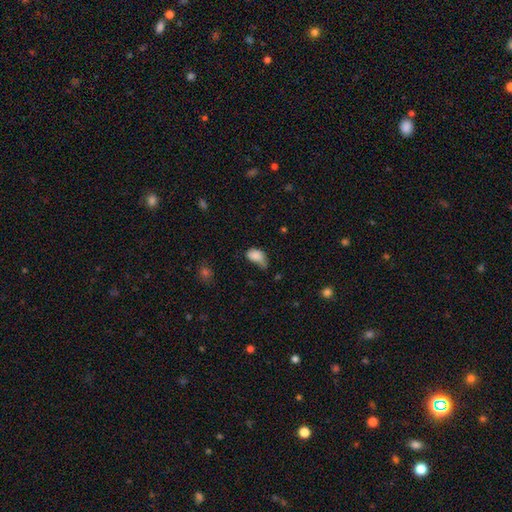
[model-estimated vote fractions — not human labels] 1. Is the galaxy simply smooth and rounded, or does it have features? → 83% smooth, 9% star or artifact, 8% featured or disk.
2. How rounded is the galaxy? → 87% in between, 12% round, 2% cigar-shaped.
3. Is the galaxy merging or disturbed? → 42% minor disturbance, 29% none, 23% major disturbance, 5% merger.